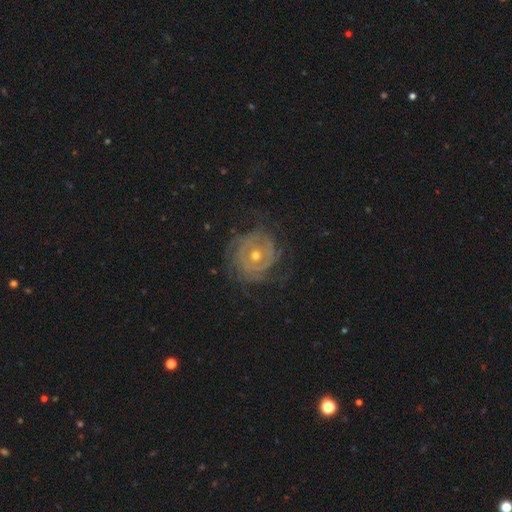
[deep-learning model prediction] This appears to be a featured or disk galaxy (82%) with no bar (77%), tight (75%) spiral arms (86%) and a moderate central bulge (56%). Merging: none (70%).